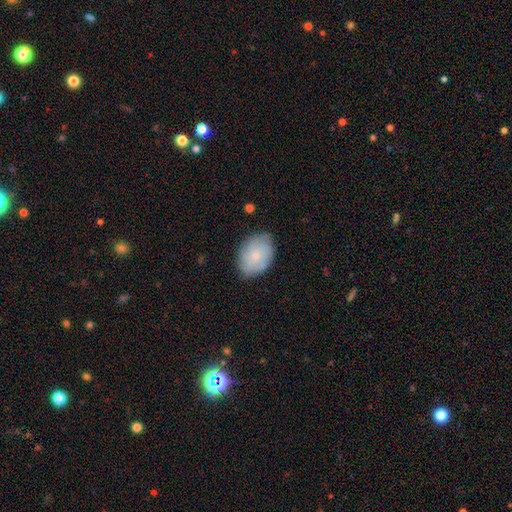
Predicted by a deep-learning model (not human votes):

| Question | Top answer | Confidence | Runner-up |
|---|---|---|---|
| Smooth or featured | smooth | 65% | featured or disk (28%) |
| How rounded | in between | 80% | round (19%) |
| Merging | none | 78% | minor disturbance (17%) |